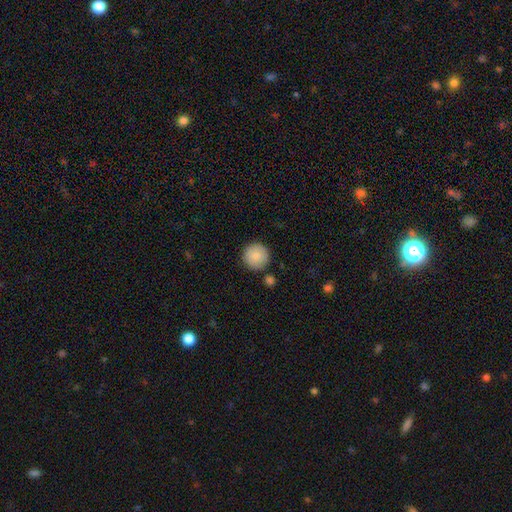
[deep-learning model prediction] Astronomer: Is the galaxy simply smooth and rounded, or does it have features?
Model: smooth — 86%.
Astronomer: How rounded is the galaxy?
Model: round — 96%.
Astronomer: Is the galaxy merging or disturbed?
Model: none — 88%.